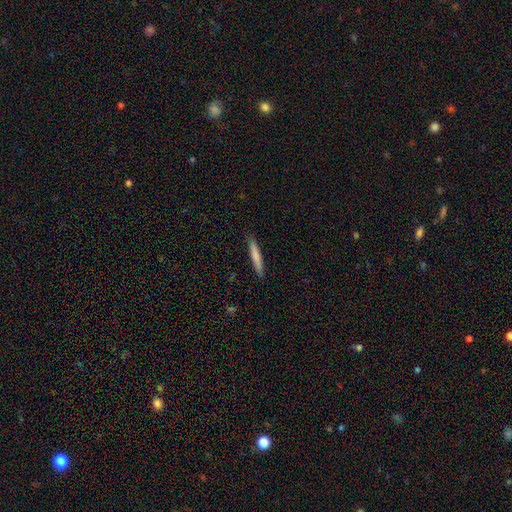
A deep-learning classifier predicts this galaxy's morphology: Smooth or featured: smooth — 76% (featured or disk — 18%)
How rounded: cigar-shaped — 94% (in between — 5%)
Merging: none — 90% (minor disturbance — 8%)